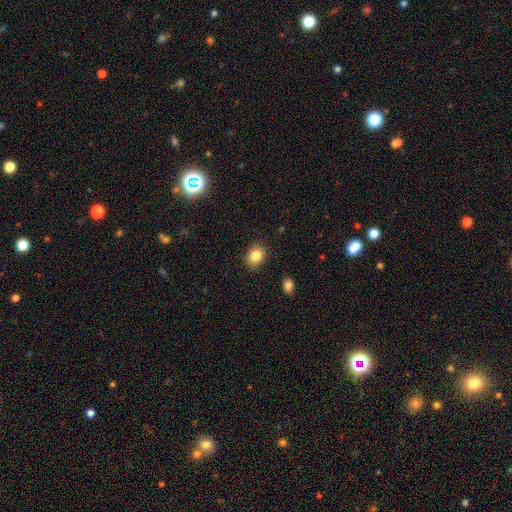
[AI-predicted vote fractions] A smooth galaxy with no disk features (84%) that is in between round and cigar-shaped (54%).

Vote fractions:
- Smooth or featured? smooth: 84% / star or artifact: 10% / featured or disk: 6%
- How rounded? in between: 54% / round: 45% / cigar-shaped: 1%
- Merging? none: 87% / minor disturbance: 9% / major disturbance: 2% / merger: 1%